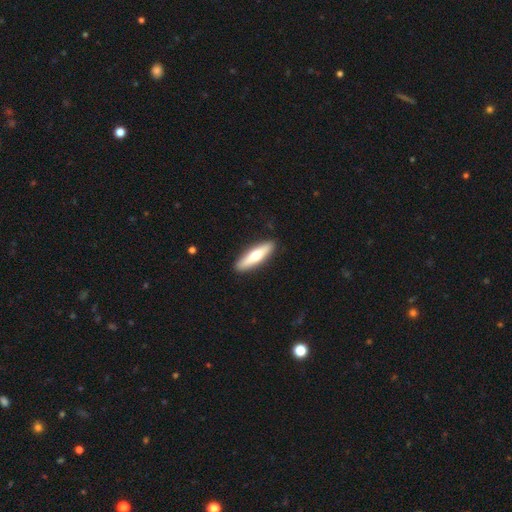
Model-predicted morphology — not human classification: This appears to be a smooth galaxy with no disk features (56%) that is cigar-shaped (74%). Merging: none (91%).